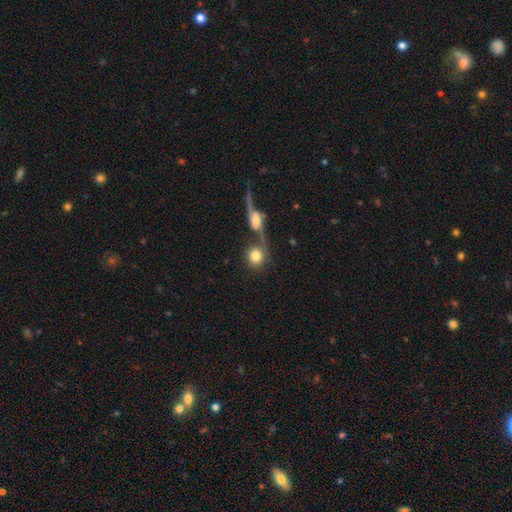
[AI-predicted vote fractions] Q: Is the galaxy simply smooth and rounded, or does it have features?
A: smooth — 76%.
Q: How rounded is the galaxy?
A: round — 88%.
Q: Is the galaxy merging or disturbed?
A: none — 50%.